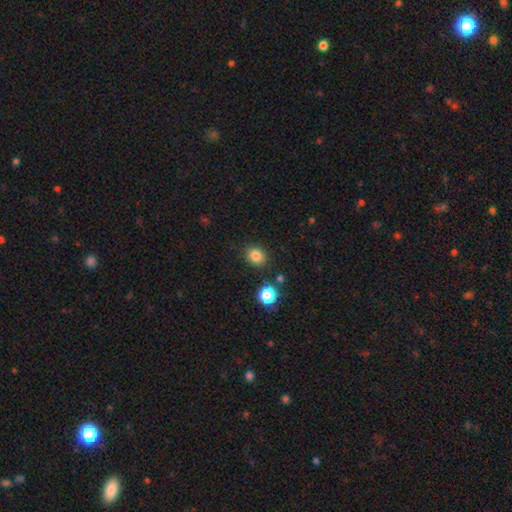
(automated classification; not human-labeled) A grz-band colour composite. It shows a smooth galaxy with no disk features (83%) that is round (60%). Merging: none (83%).